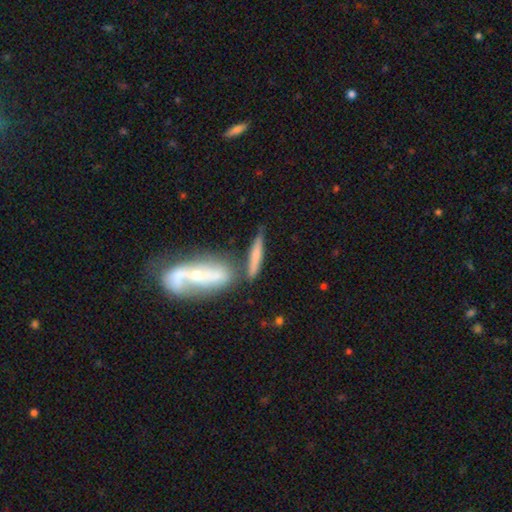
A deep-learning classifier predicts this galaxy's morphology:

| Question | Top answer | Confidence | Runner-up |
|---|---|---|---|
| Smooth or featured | smooth | 55% | featured or disk (38%) |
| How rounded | cigar-shaped | 83% | in between (13%) |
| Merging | none | 55% | merger (24%) |